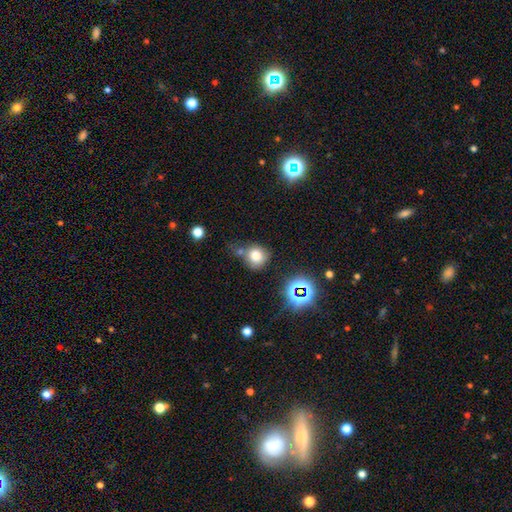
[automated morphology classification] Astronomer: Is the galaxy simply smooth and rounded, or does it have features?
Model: smooth — 74%.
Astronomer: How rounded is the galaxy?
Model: round — 82%.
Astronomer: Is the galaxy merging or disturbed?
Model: none — 55%.